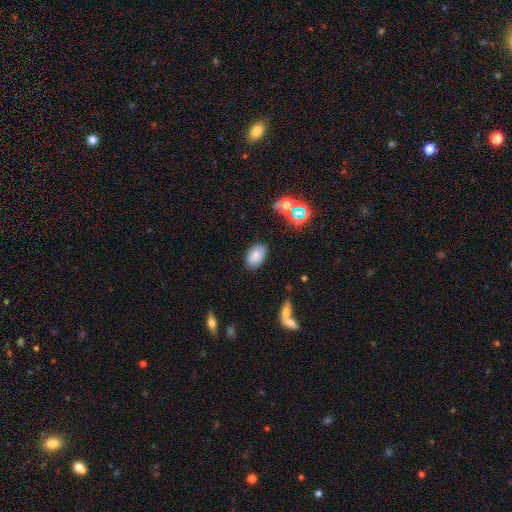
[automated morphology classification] The model was most divided on "smooth or featured": smooth: 82%, star or artifact: 10%, featured or disk: 8%. More confident: how rounded — in between (91%); merging — none (83%).